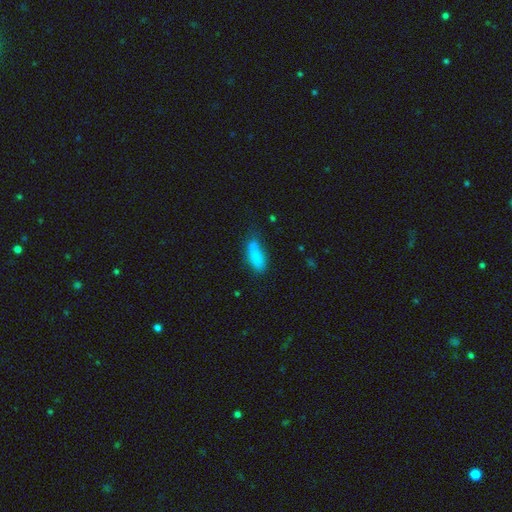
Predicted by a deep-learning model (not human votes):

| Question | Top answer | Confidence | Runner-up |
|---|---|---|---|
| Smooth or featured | smooth | 81% | featured or disk (11%) |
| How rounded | in between | 55% | cigar-shaped (42%) |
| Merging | none | 52% | minor disturbance (28%) |